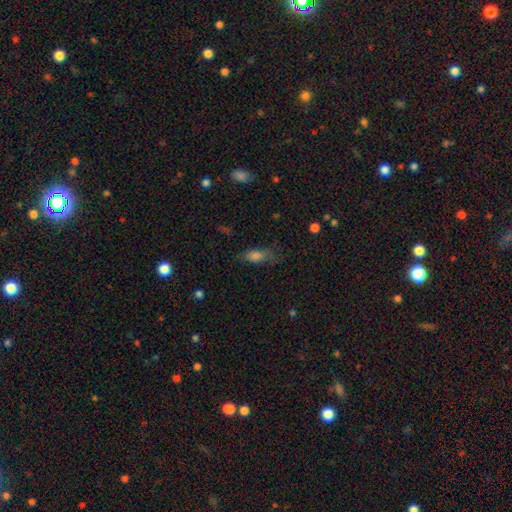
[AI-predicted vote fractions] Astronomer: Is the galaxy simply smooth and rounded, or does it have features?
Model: smooth — 71%.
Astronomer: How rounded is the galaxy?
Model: in between — 70%.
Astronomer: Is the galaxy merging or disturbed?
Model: none — 60%.